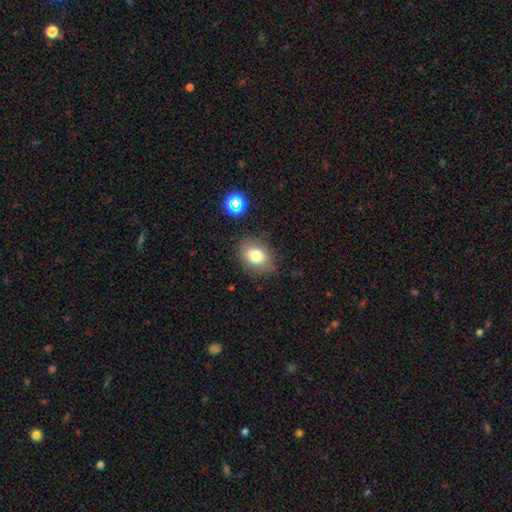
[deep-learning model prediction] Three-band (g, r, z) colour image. It shows a smooth galaxy with no disk features (78%) that is in between round and cigar-shaped (68%). Merging: none (78%).